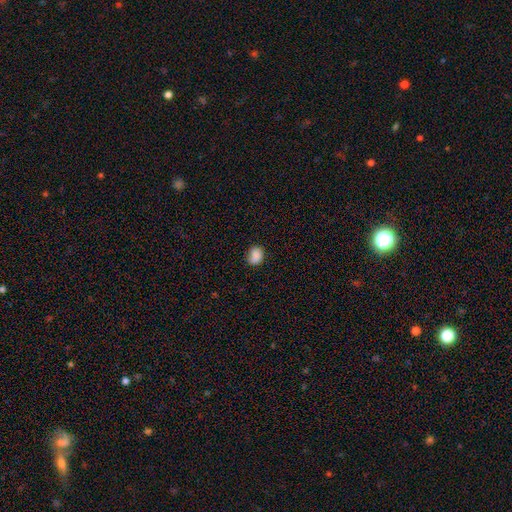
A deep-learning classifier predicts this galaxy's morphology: A smooth galaxy with no disk features (86%) that is in between round and cigar-shaped (57%). Merging: none (74%).